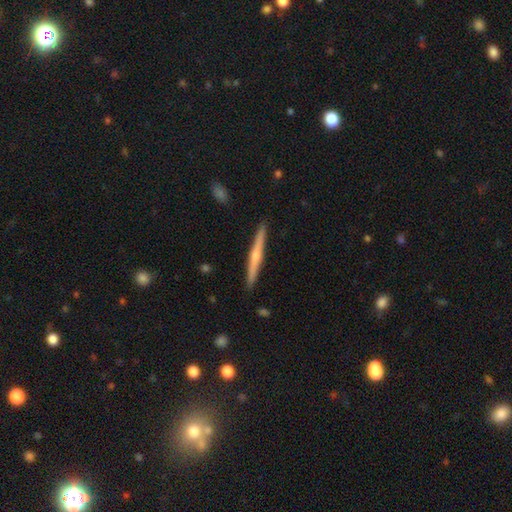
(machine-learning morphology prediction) Smooth or featured? Predicted: featured or disk (p=0.61). Edge-on disk? Predicted: yes (p=0.98). Edge-on bulge? Predicted: rounded (p=0.72). Merging? Predicted: none (p=0.92).